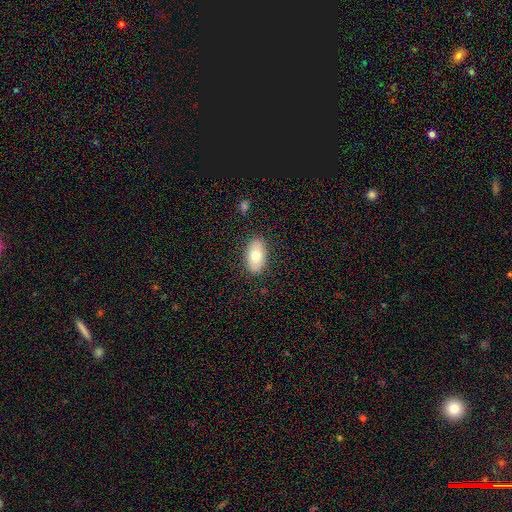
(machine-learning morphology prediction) Smooth or featured: smooth — 73% (featured or disk — 21%)
How rounded: in between — 93% (round — 5%)
Merging: none — 86% (minor disturbance — 10%)